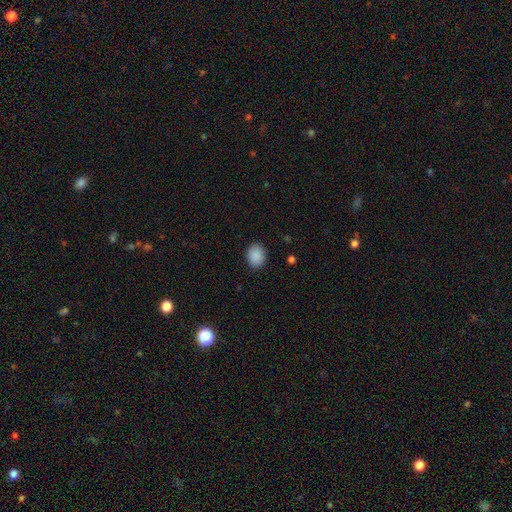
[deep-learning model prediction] Morphology: type=smooth (89%); roundness=in between (51%); merging=none (88%).